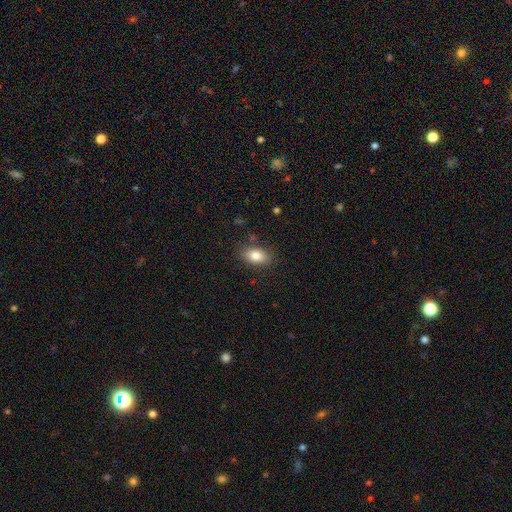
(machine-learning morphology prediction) Smooth or featured?
  - smooth: 83% *
  - featured or disk: 9%
  - star or artifact: 8%
How rounded?
  - in between: 88% *
  - round: 9%
  - cigar-shaped: 3%
Merging?
  - none: 83% *
  - minor disturbance: 12%
  - major disturbance: 3%
  - merger: 2%